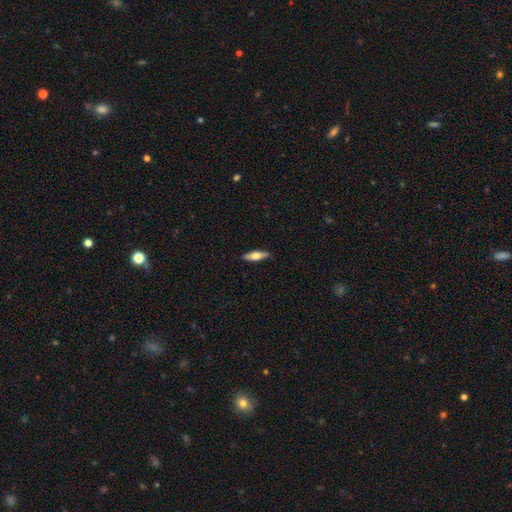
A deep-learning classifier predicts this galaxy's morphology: Smooth or featured?
  - smooth: 55% *
  - featured or disk: 39%
  - star or artifact: 6%
How rounded?
  - cigar-shaped: 54% *
  - in between: 43%
  - round: 2%
Merging?
  - none: 87% *
  - minor disturbance: 10%
  - major disturbance: 2%
  - merger: 1%